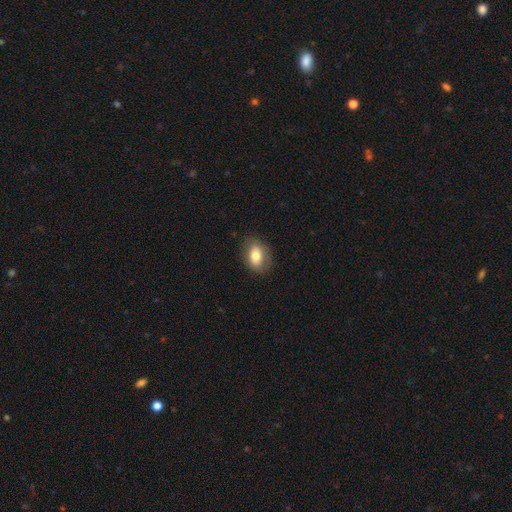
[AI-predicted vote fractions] Smooth or featured? Predicted: smooth (p=0.73). How rounded? Predicted: in between (p=0.79). Merging? Predicted: none (p=0.81).